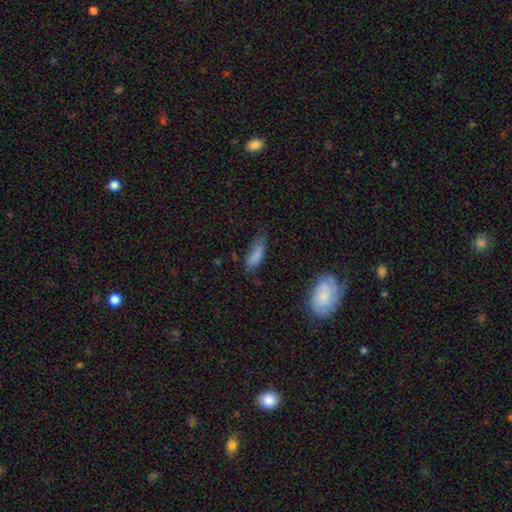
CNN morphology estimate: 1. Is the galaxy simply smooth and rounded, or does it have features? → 80% smooth, 11% featured or disk, 9% star or artifact.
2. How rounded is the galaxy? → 68% in between, 29% cigar-shaped, 2% round.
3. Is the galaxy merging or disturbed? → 51% none, 34% minor disturbance, 12% major disturbance, 3% merger.